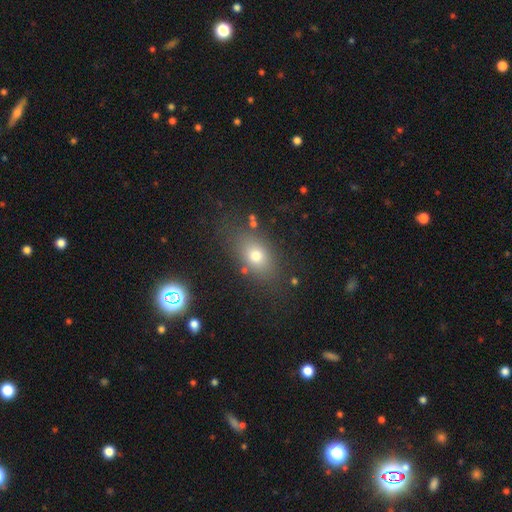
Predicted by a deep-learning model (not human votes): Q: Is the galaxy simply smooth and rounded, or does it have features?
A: smooth — 71%.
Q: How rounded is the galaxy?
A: in between — 73%.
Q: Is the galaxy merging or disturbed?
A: none — 77%.